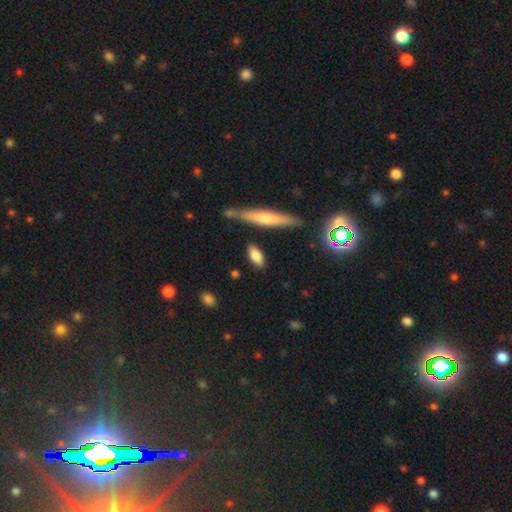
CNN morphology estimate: This is likely a smooth galaxy (76%). How rounded: likely in between (69%). Merging: likely none (79%).